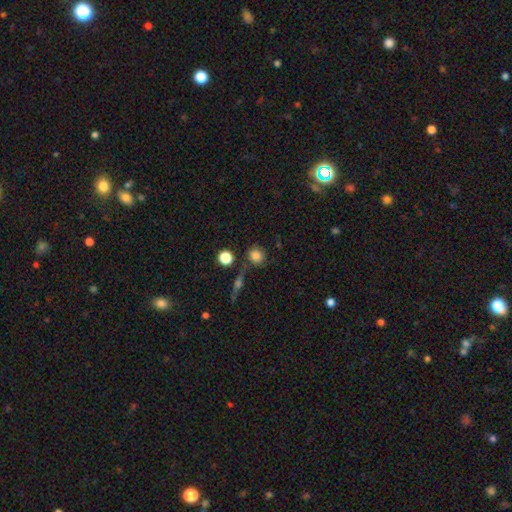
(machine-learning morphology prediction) smooth_or_featured: smooth (p=0.82) [alt: star or artifact p=0.11]
how_rounded: round (p=0.86) [alt: in between p=0.12]
merging: none (p=0.74) [alt: minor disturbance p=0.12]